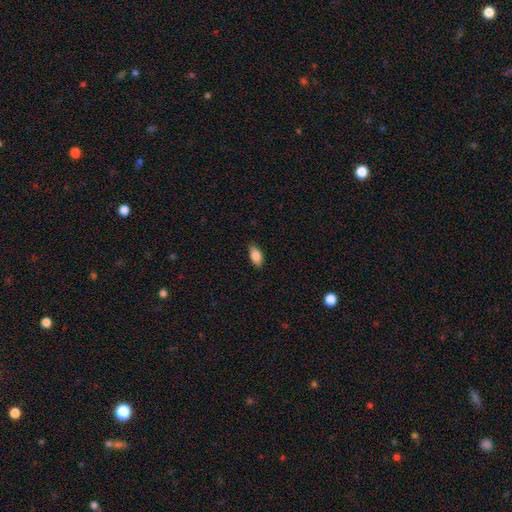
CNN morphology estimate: Smooth or featured? Predicted: smooth (p=0.85). How rounded? Predicted: in between (p=0.89). Merging? Predicted: none (p=0.85).